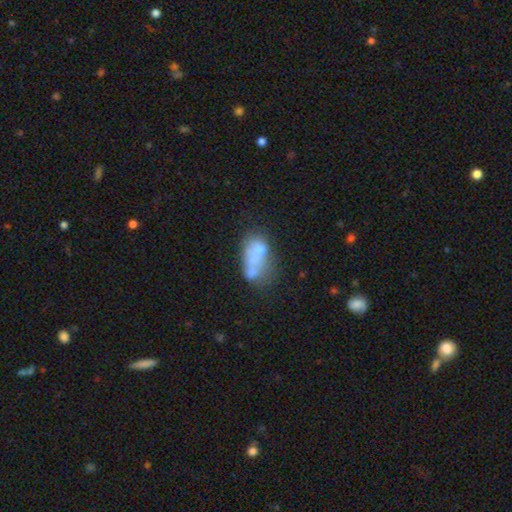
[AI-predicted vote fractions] Smooth or featured: smooth — 51% (featured or disk — 36%)
How rounded: in between — 82% (round — 14%)
Merging: merger — 44% (none — 25%)